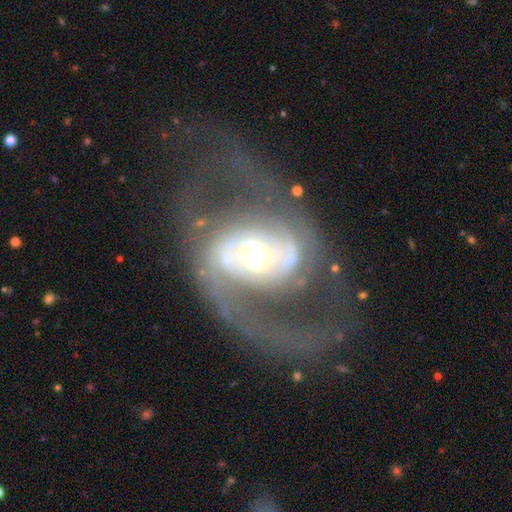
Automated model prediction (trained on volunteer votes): featured or disk 87%, smooth 7%, star or artifact 6%. Down the decision tree: edge-on disk — no (97%); bar — no (38%); spiral arms — yes (92%); spiral arm count — 2 (76%); spiral winding — medium (45%); bulge size — moderate (59%); merging — none (51%).